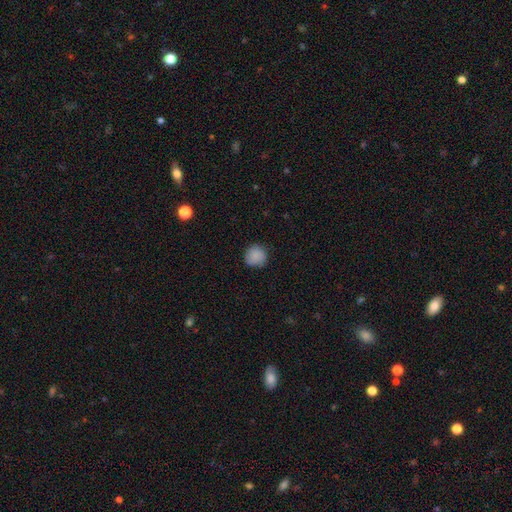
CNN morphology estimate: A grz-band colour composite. It shows a smooth galaxy with no disk features (86%) that is round (92%). Merging: none (84%).